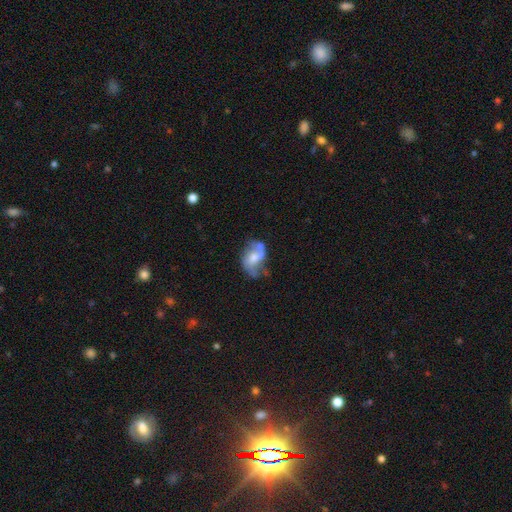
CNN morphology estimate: Smooth or featured? featured or disk (62%)
Edge-on disk? no (97%)
Bar? no (57%)
Spiral arms? yes (69%)
Bulge size? moderate (50%)
Merging? none (33%)